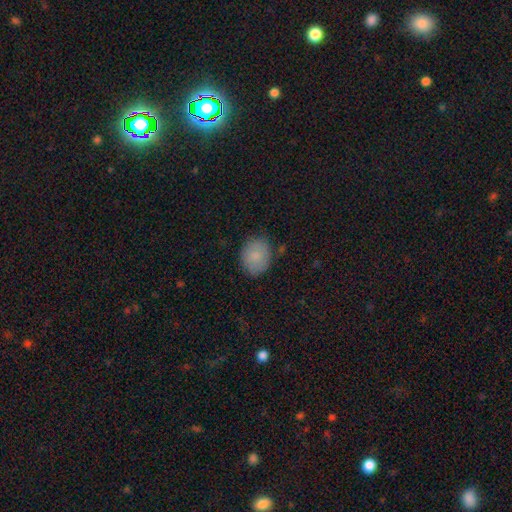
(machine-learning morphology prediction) The model was most divided on "how rounded": round: 50%, in between: 49%, cigar-shaped: 1%. More confident: smooth or featured — smooth (84%); merging — none (79%).